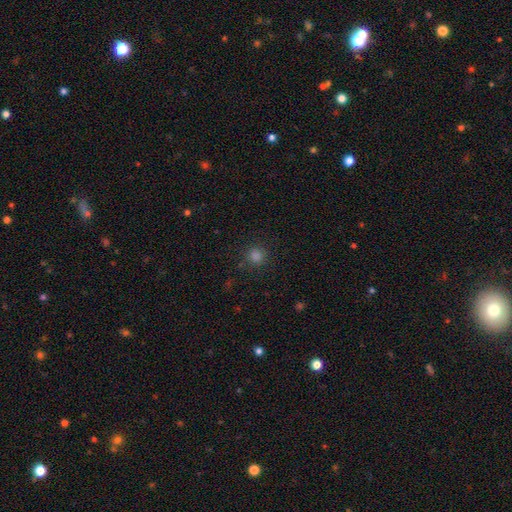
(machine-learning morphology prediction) A smooth galaxy with no disk features (77%) that is round (93%).

Vote fractions:
- Smooth or featured? smooth: 77% / star or artifact: 19% / featured or disk: 4%
- How rounded? round: 93% / in between: 6% / cigar-shaped: 1%
- Merging? none: 88% / minor disturbance: 7% / major disturbance: 3% / merger: 1%